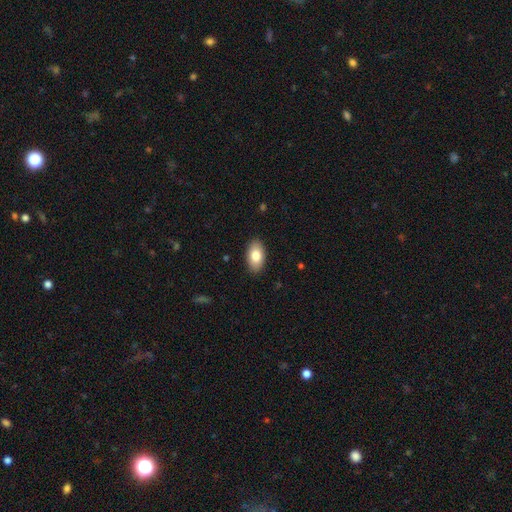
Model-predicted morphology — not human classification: Overall: smooth (82%). How rounded: in between (94%). Merging: none (89%).